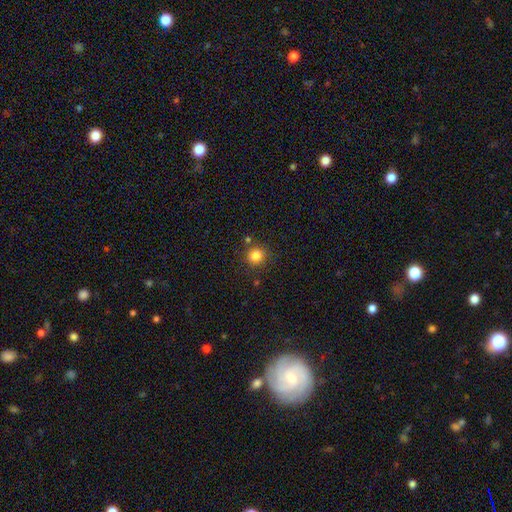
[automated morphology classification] Smooth or featured? Predicted: smooth (p=0.82). How rounded? Predicted: round (p=0.92). Merging? Predicted: none (p=0.82).